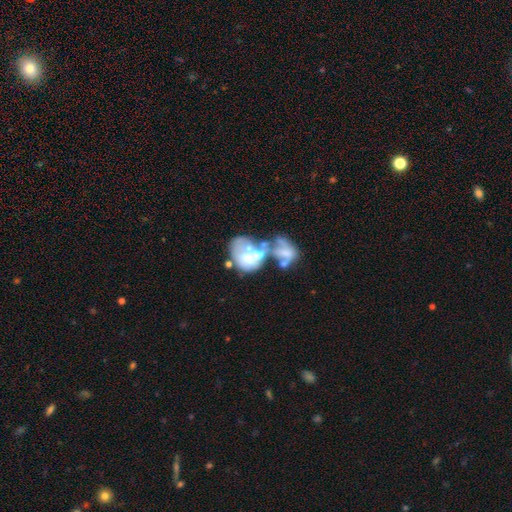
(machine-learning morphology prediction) Smooth or featured?
  - featured or disk: 60% *
  - smooth: 29%
  - star or artifact: 12%
Edge-on disk?
  - no: 98% *
  - yes: 2%
Bar?
  - no: 90% *
  - weak: 7%
  - strong: 3%
Spiral arms?
  - no: 90% *
  - yes: 10%
Bulge size?
  - moderate: 38% *
  - none: 36%
  - small: 14%
  - large: 9%
  - dominant: 3%
Merging?
  - merger: 63% *
  - major disturbance: 21%
  - none: 10%
  - minor disturbance: 7%